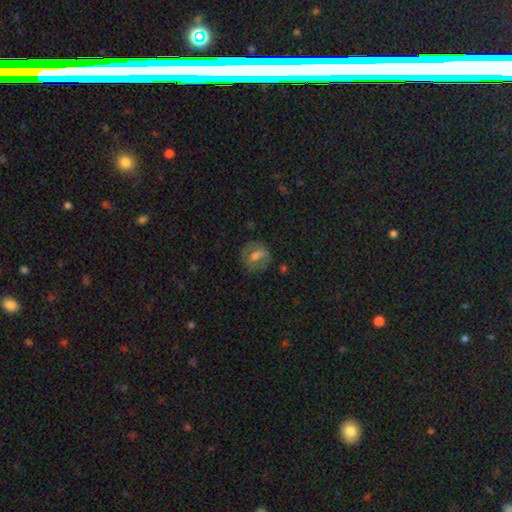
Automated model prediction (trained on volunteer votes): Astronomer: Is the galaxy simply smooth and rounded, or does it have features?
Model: smooth — 50% (runner-up: featured or disk, 41%).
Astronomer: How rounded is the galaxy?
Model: round — 63%.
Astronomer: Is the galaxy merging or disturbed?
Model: none — 68%.